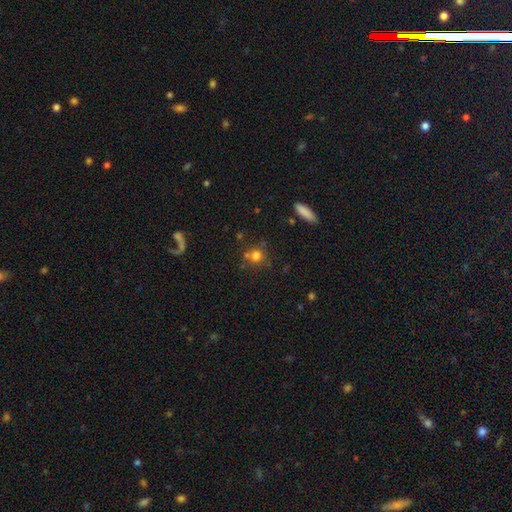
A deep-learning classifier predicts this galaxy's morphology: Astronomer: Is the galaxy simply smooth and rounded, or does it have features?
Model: smooth — 74%.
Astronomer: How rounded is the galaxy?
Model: round — 86%.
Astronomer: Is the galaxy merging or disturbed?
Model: none — 63%.